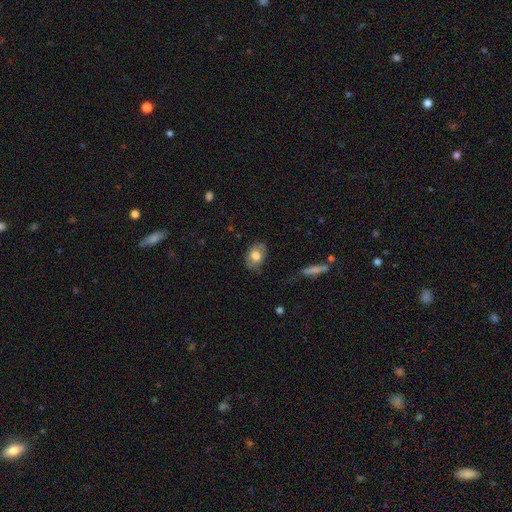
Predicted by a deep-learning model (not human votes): Smooth or featured?
  - smooth: 70% *
  - featured or disk: 23%
  - star or artifact: 7%
How rounded?
  - in between: 76% *
  - round: 23%
  - cigar-shaped: 1%
Merging?
  - none: 75% *
  - minor disturbance: 19%
  - major disturbance: 5%
  - merger: 1%